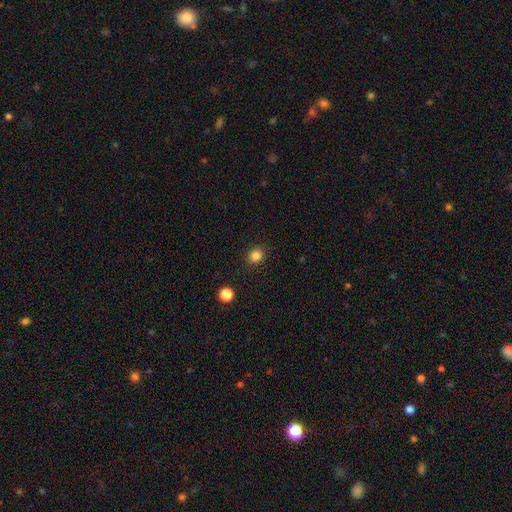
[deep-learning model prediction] smooth_or_featured: smooth (p=0.84) [alt: star or artifact p=0.12]
how_rounded: round (p=0.85) [alt: in between p=0.14]
merging: none (p=0.90) [alt: minor disturbance p=0.06]